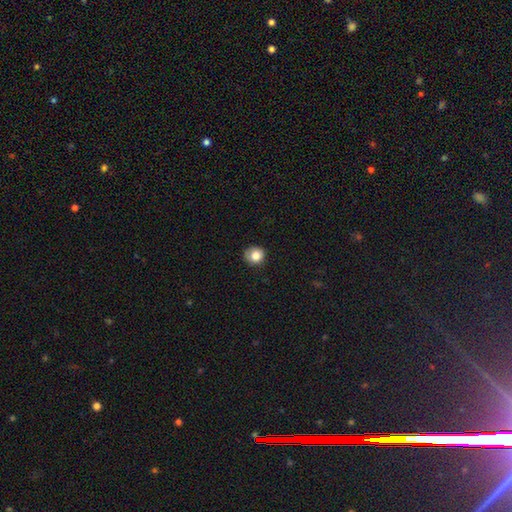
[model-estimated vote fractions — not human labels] smooth-or-featured: smooth: 81% | star or artifact: 10% | featured or disk: 9%
  how-rounded: round: 85% | in between: 14% | cigar-shaped: 1%
  merging: none: 77% | minor disturbance: 18% | major disturbance: 4% | merger: 1%